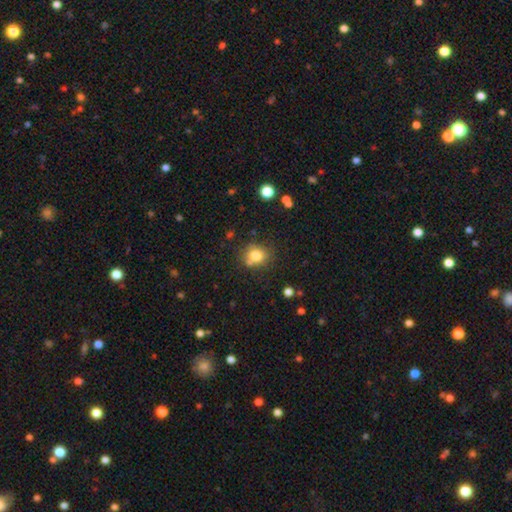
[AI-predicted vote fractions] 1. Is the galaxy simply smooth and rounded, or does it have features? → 79% smooth, 12% star or artifact, 9% featured or disk.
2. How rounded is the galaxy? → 79% round, 20% in between, 1% cigar-shaped.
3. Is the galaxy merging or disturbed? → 72% none, 13% minor disturbance, 11% merger, 4% major disturbance.